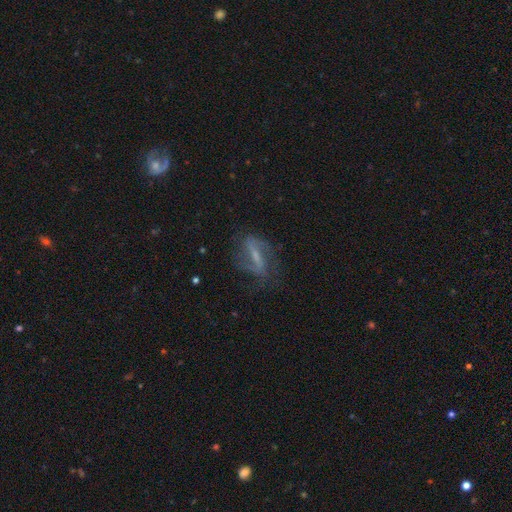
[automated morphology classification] Smooth or featured? featured or disk (75%)
Edge-on disk? no (89%)
Bar? strong (54%)
Spiral arms? yes (87%)
Spiral winding? loose (45%)
Spiral arm count? 2 (83%)
Bulge size? small (46%)
Merging? none (66%)